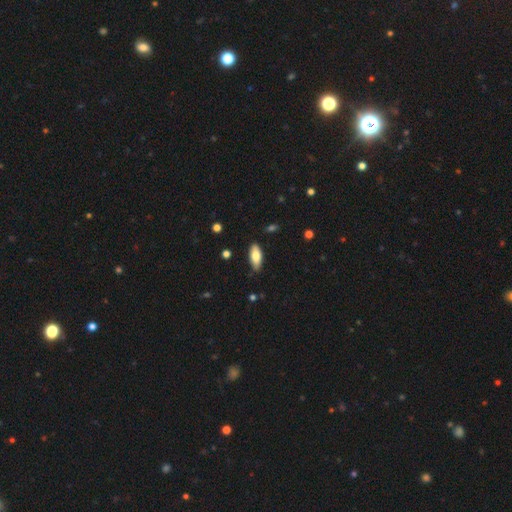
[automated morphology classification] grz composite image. It shows a smooth galaxy with no disk features (75%) that is in between round and cigar-shaped (82%). Merging: none (85%).